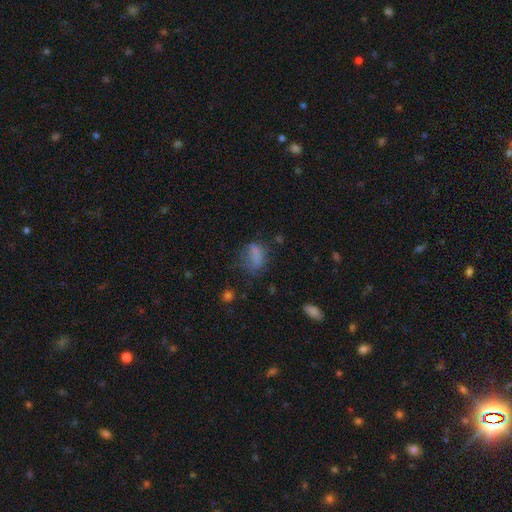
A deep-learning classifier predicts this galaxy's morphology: Q: Smooth or featured?
A: smooth (71%); runner-up: star or artifact (15%)
Q: How rounded?
A: in between (74%); runner-up: round (16%)
Q: Merging?
A: none (42%); runner-up: major disturbance (28%)